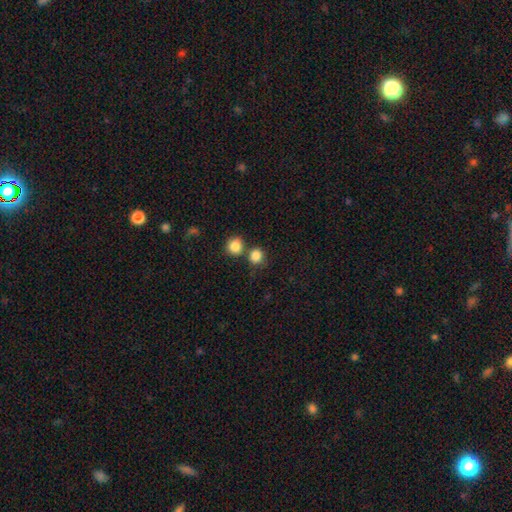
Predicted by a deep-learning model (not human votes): The model was most divided on "merging": none: 65%, merger: 23%, minor disturbance: 9%, major disturbance: 3%. More confident: how rounded — round (87%); smooth or featured — smooth (85%).